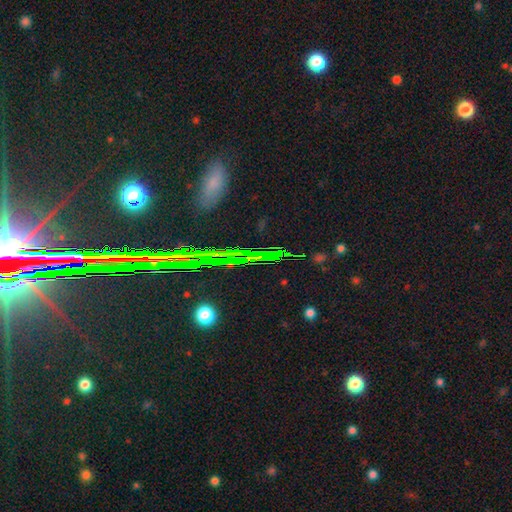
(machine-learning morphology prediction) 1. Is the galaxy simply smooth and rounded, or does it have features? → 73% star or artifact, 16% smooth, 11% featured or disk.